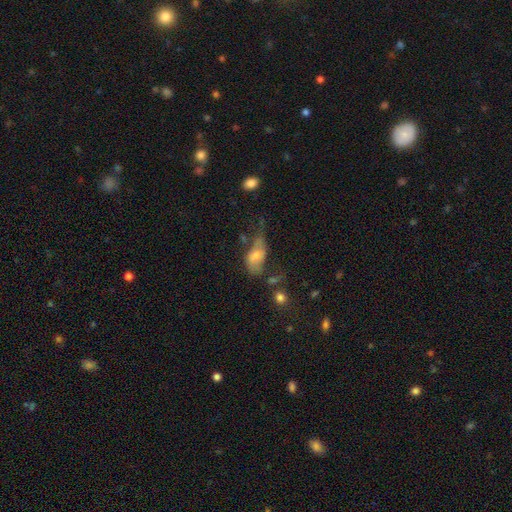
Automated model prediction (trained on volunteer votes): Smooth or featured? smooth (62%)
How rounded? in between (89%)
Merging? major disturbance (32%)